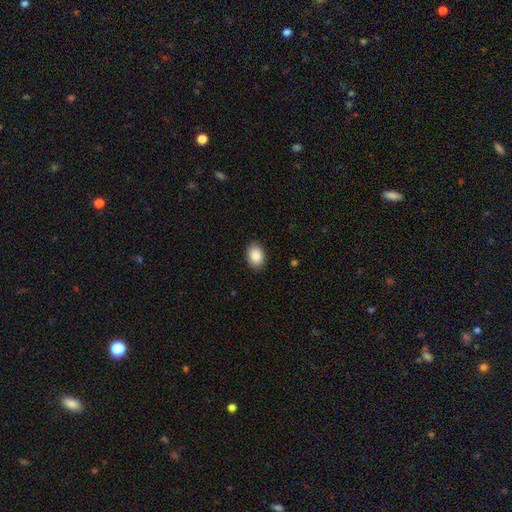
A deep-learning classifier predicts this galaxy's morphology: Smooth or featured: smooth — 89% (star or artifact — 7%)
How rounded: in between — 82% (round — 17%)
Merging: none — 88% (minor disturbance — 9%)